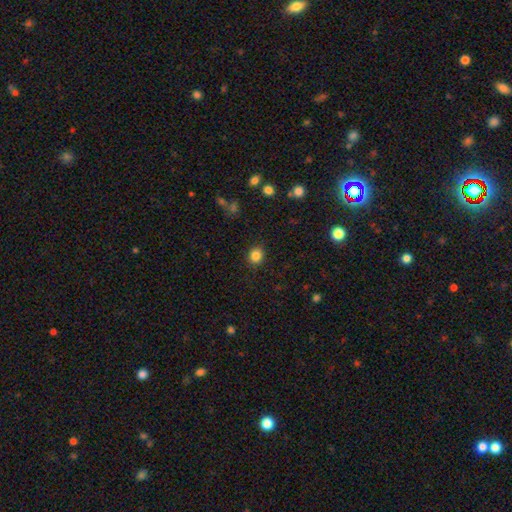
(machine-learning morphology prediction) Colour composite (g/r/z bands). It shows a smooth galaxy with no disk features (84%) that is round (79%). Merging: none (90%).